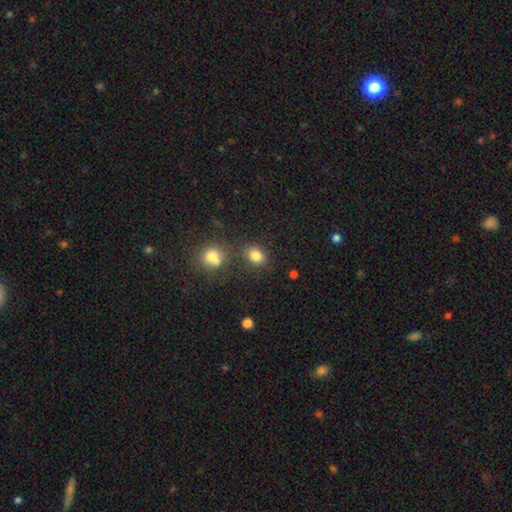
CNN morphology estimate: This is clearly a smooth galaxy (82%). How rounded: likely in between (63%). Merging: likely none (76%).